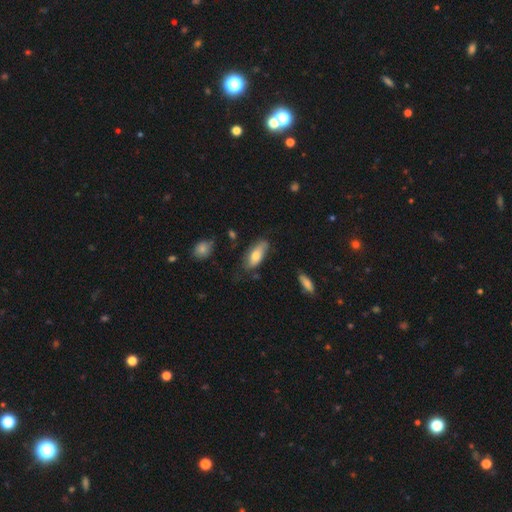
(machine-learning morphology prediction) smooth_or_featured: smooth (p=0.72) [alt: featured or disk p=0.21]
how_rounded: in between (p=0.83) [alt: cigar-shaped p=0.15]
merging: none (p=0.62) [alt: minor disturbance p=0.28]